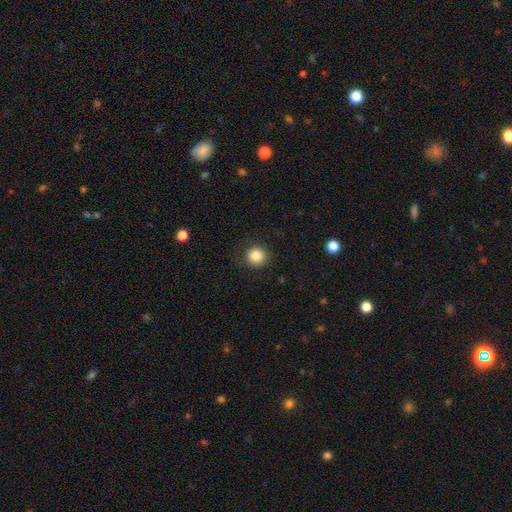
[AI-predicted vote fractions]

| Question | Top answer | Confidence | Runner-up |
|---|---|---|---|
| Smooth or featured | smooth | 85% | star or artifact (10%) |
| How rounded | round | 93% | in between (6%) |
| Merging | none | 89% | minor disturbance (8%) |